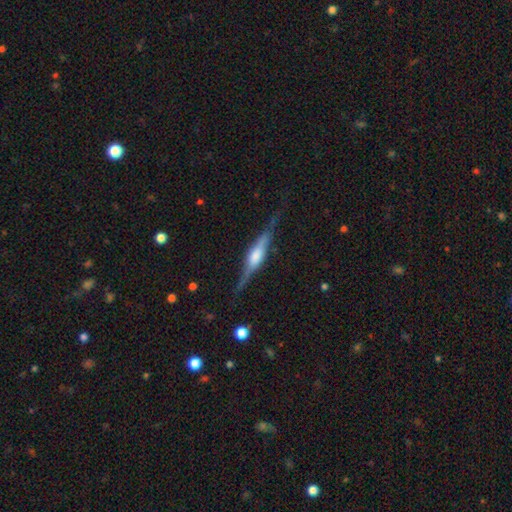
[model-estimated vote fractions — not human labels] Overall: featured or disk (77%). Edge-on disk: yes (97%). Edge-on bulge: rounded (65%; boxy 30%). Merging: none (79%).